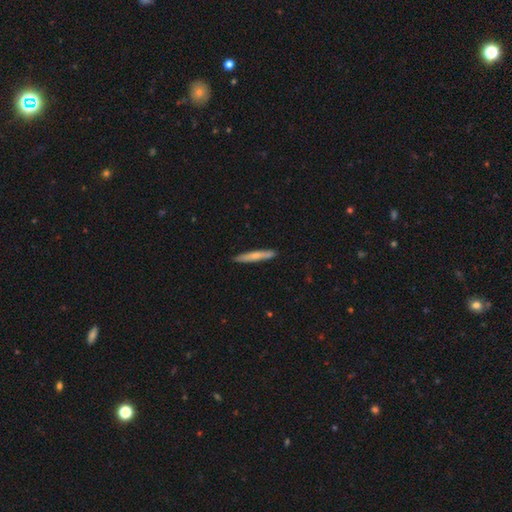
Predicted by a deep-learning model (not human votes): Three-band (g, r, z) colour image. It shows a smooth galaxy with no disk features (66%) that is cigar-shaped (95%). Merging: none (88%).